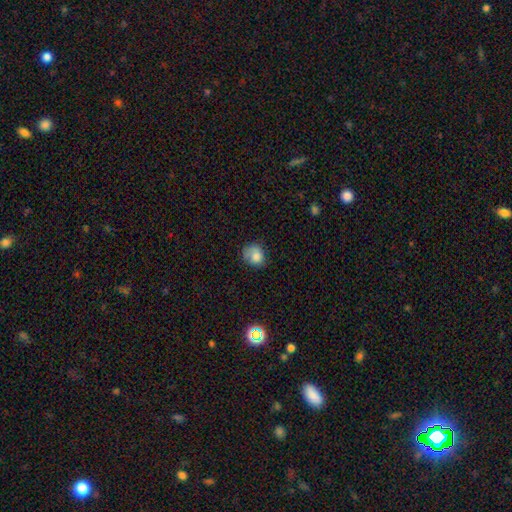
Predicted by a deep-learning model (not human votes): Morphology: type=smooth (78%); roundness=round (59%); merging=none (51%).